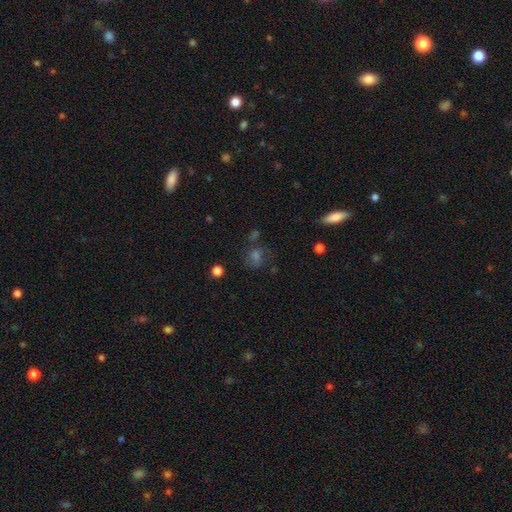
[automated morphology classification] Smooth or featured? Predicted: smooth (p=0.41). Merging? Predicted: none (p=0.65).